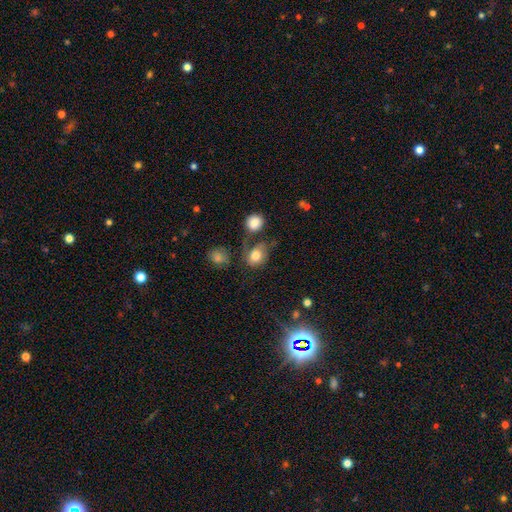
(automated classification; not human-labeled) This appears to be a smooth galaxy with no disk features (77%) that is in between round and cigar-shaped (51%). Merging: none (40%).